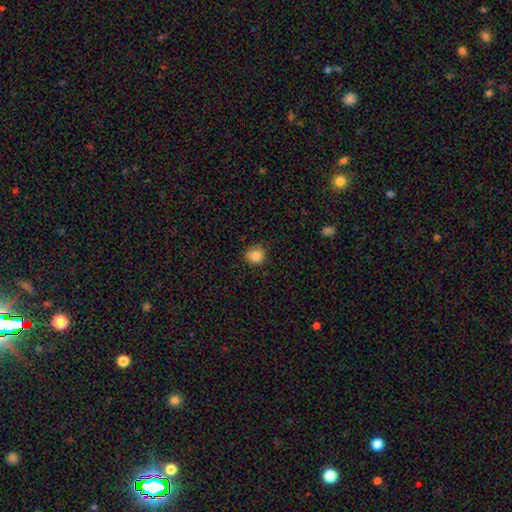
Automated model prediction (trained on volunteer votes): smooth_or_featured: smooth (p=0.86) [alt: star or artifact p=0.10]
how_rounded: round (p=0.86) [alt: in between p=0.14]
merging: none (p=0.78) [alt: minor disturbance p=0.17]